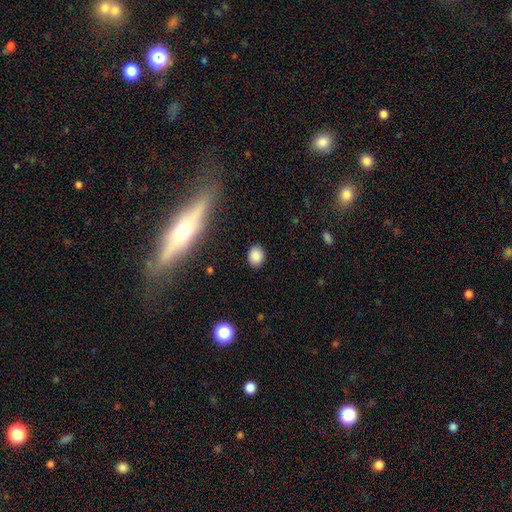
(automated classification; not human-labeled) Morphology: type=smooth (85%); roundness=in between (53%); merging=none (87%).